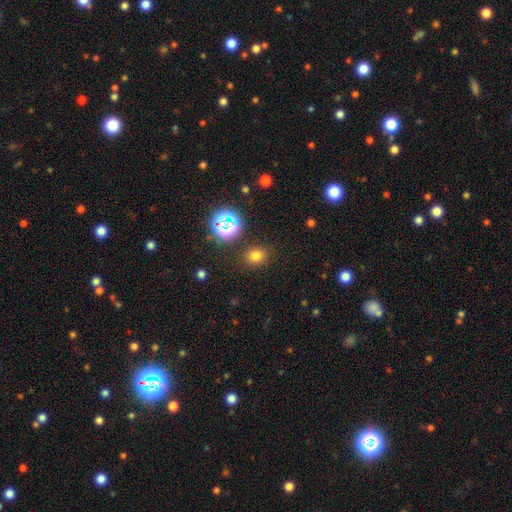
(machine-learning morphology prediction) type=smooth (73%); roundness=round (64%); merging=none (86%).